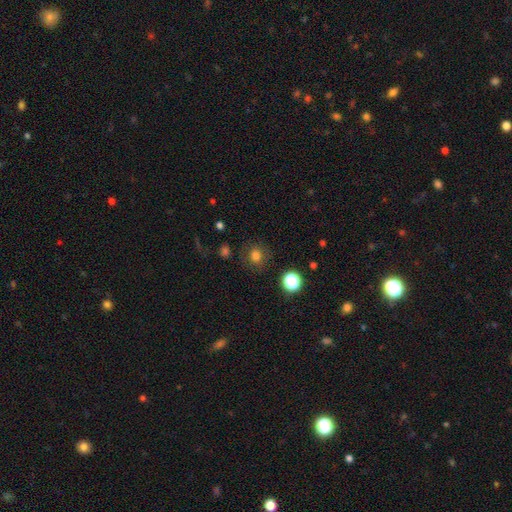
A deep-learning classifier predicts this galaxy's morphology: smooth_or_featured: smooth (p=0.77) [alt: star or artifact p=0.17]
how_rounded: round (p=0.82) [alt: in between p=0.17]
merging: none (p=0.84) [alt: minor disturbance p=0.10]